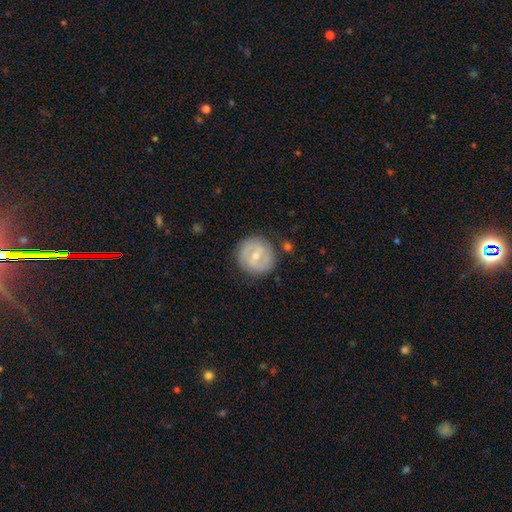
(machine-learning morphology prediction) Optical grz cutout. It shows a featured or disk galaxy (68%) with a weak bar (55%), 2 (72%) tight (55%) spiral arms (81%) and a small central bulge (49%). Merging: none (82%).